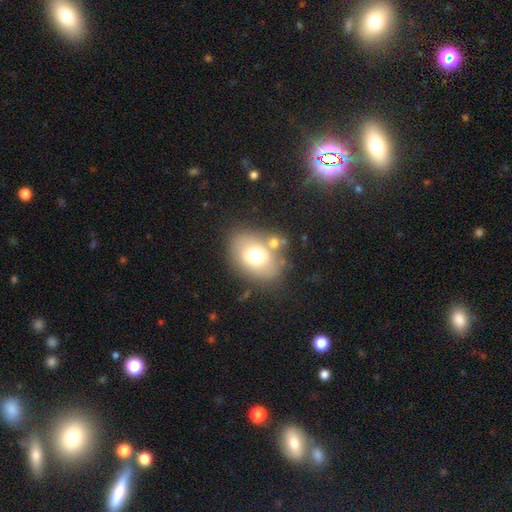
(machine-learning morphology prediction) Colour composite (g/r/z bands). It shows a smooth galaxy with no disk features (68%) that is in between round and cigar-shaped (70%). Merging: none (68%).